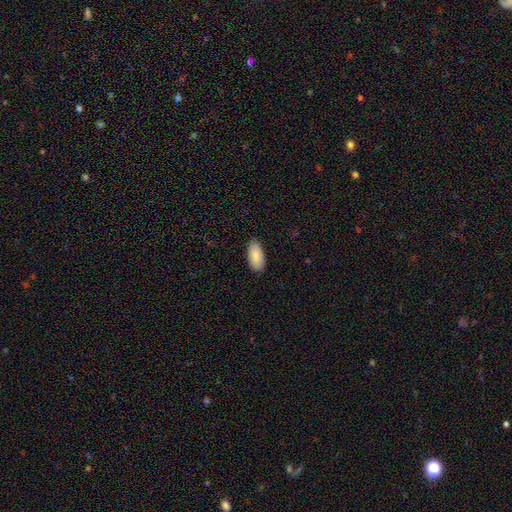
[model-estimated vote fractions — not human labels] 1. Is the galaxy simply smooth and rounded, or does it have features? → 88% smooth, 6% featured or disk, 6% star or artifact.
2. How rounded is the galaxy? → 94% in between, 5% cigar-shaped, 2% round.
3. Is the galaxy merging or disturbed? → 87% none, 10% minor disturbance, 2% major disturbance, 1% merger.